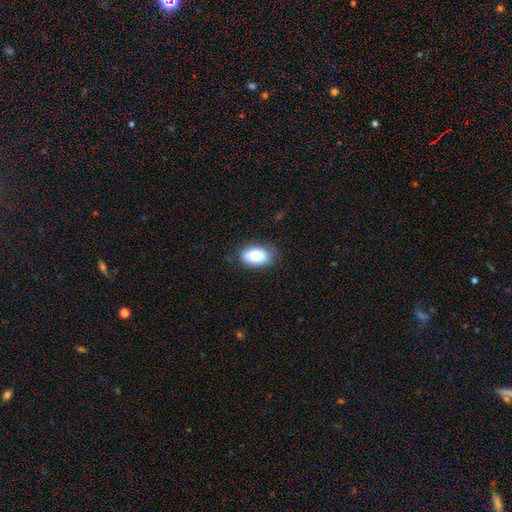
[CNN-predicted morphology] smooth-or-featured: smooth: 83% | featured or disk: 9% | star or artifact: 7%
  how-rounded: in between: 92% | round: 6% | cigar-shaped: 2%
  merging: none: 77% | minor disturbance: 18% | major disturbance: 4% | merger: 1%